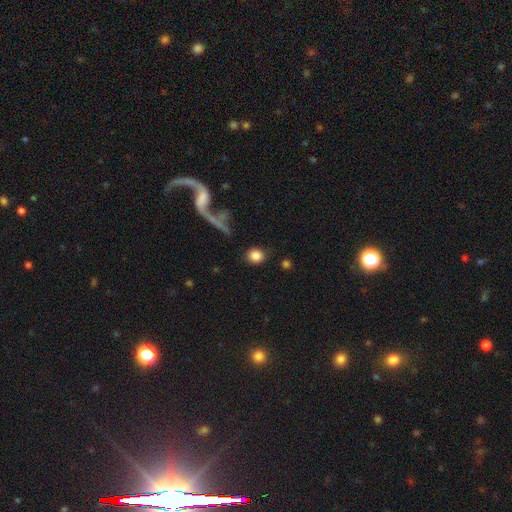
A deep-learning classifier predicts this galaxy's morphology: Smooth or featured: smooth — 84% (star or artifact — 9%)
How rounded: round — 78% (in between — 20%)
Merging: none — 83% (minor disturbance — 9%)